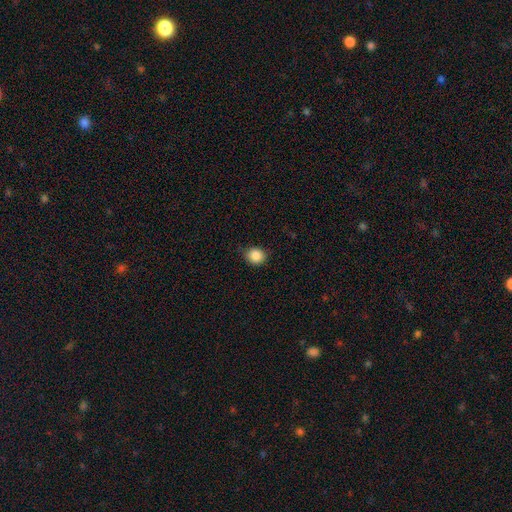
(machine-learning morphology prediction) Smooth or featured: smooth — 86% (star or artifact — 10%)
How rounded: round — 81% (in between — 19%)
Merging: none — 80% (minor disturbance — 16%)